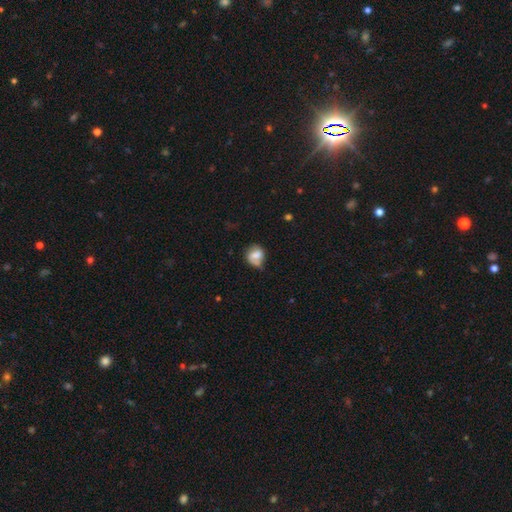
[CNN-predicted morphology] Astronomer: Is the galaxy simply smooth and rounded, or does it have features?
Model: smooth — 59%.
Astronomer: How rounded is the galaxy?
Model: round — 63%.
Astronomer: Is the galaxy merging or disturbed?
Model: none — 46% (runner-up: minor disturbance, 31%).